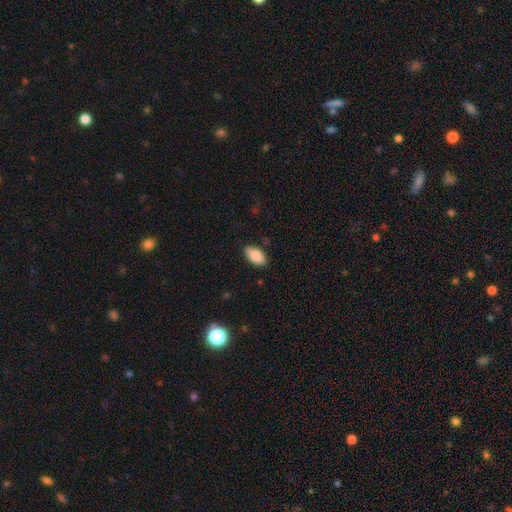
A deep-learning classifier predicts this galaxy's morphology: The model was most divided on "merging": none: 86%, minor disturbance: 11%, major disturbance: 2%, merger: 1%. More confident: how rounded — in between (94%); smooth or featured — smooth (88%).